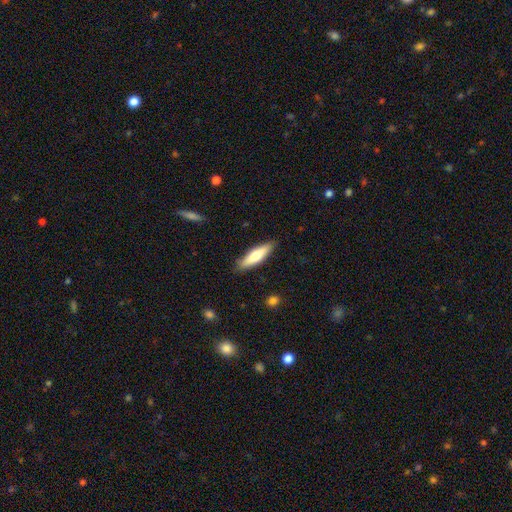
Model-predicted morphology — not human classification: This appears to be a smooth galaxy with no disk features (67%) that is cigar-shaped (64%). Merging: none (88%).